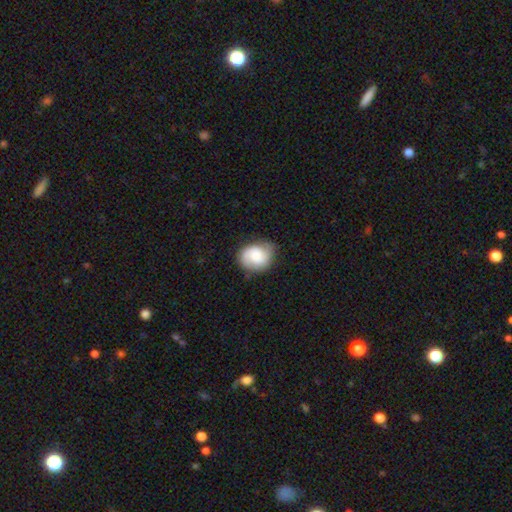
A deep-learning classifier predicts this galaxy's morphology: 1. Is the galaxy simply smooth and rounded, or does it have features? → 47% featured or disk, 46% smooth, 8% star or artifact.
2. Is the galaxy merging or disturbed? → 73% none, 20% minor disturbance, 5% major disturbance, 1% merger.